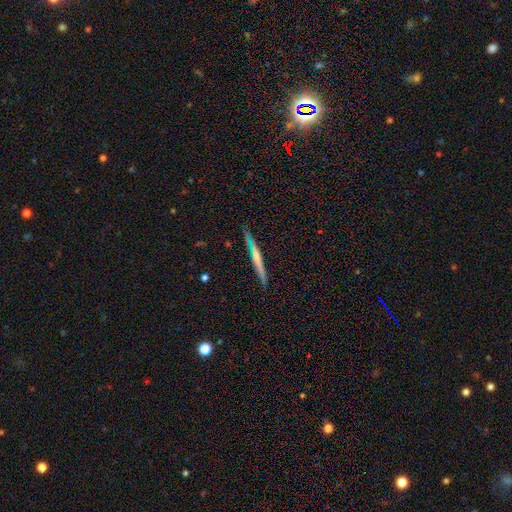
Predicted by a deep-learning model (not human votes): Morphology: type=featured or disk (54%); edge-on=yes (96%); edge-on bulge=none (62%); merging=none (86%).